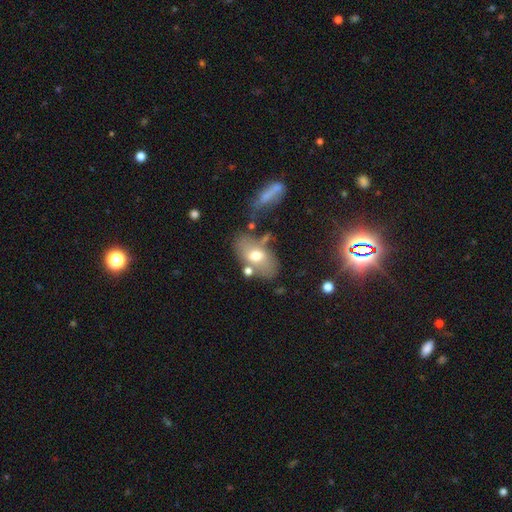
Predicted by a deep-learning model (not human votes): smooth 57%, featured or disk 35%, star or artifact 8%. Down the decision tree: how rounded — in between (90%); merging — none (59%).